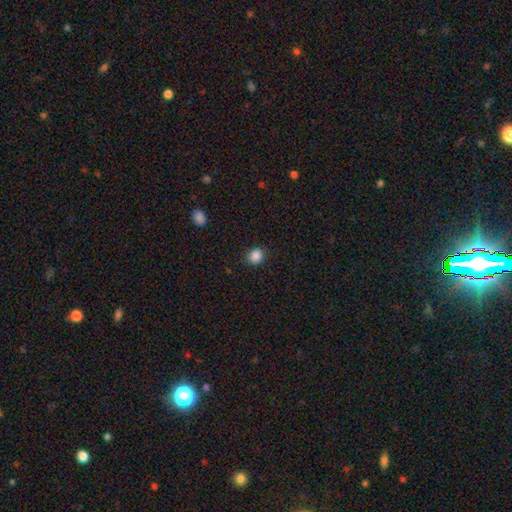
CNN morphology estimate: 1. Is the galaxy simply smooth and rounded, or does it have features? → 87% smooth, 10% star or artifact, 3% featured or disk.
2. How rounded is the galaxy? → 71% round, 29% in between, 1% cigar-shaped.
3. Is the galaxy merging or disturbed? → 89% none, 8% minor disturbance, 2% major disturbance, 1% merger.